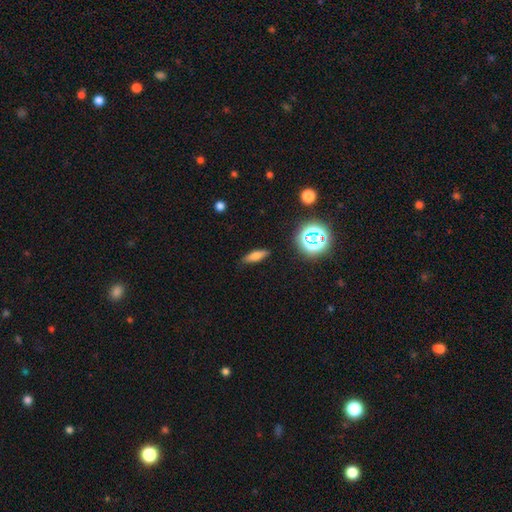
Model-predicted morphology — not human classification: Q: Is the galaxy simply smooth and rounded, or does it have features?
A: smooth — 67%.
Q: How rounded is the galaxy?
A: cigar-shaped — 48%.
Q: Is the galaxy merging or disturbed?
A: none — 86%.